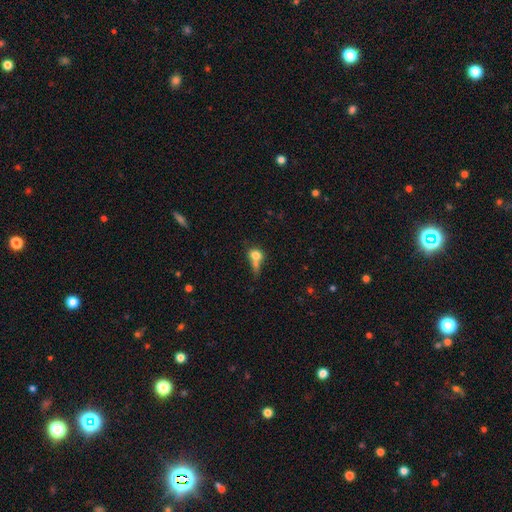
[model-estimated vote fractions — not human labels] Overall: smooth (74%). How rounded: round (50%; in between 46%). Merging: merger (50%; none 27%).